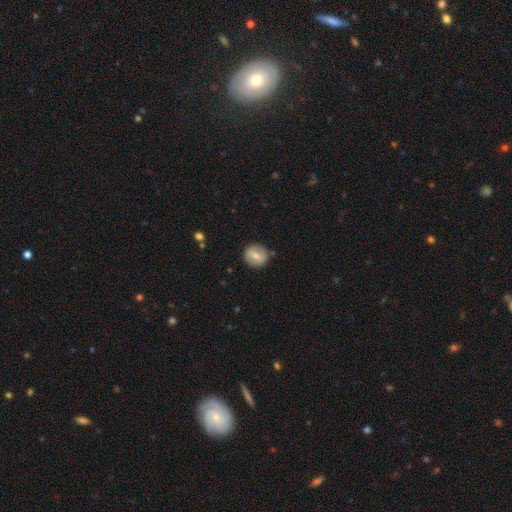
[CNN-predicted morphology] Overall: smooth (67%). How rounded: round (78%). Merging: none (80%).